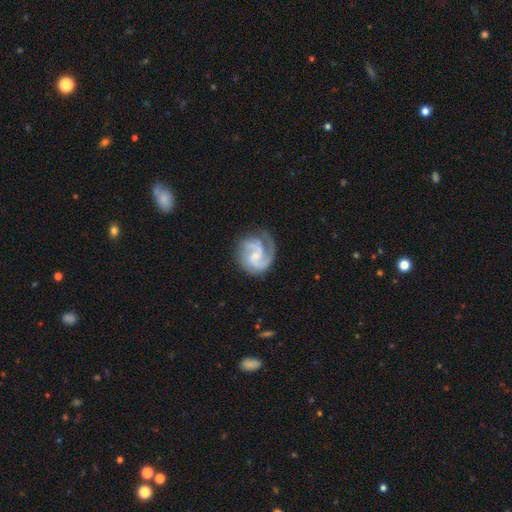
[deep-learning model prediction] featured or disk 86%, smooth 9%, star or artifact 4%. Down the decision tree: edge-on disk — no (98%); bar — no (45%, tied with weak); spiral arms — yes (97%); spiral arm count — 2 (69%); spiral winding — medium (52%); bulge size — small (57%); merging — none (68%).